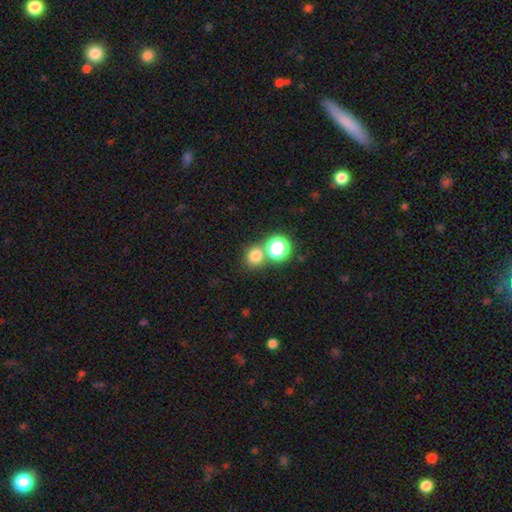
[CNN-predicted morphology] This appears to be a smooth galaxy with no disk features (75%) that is round (86%). Merging: none (66%).